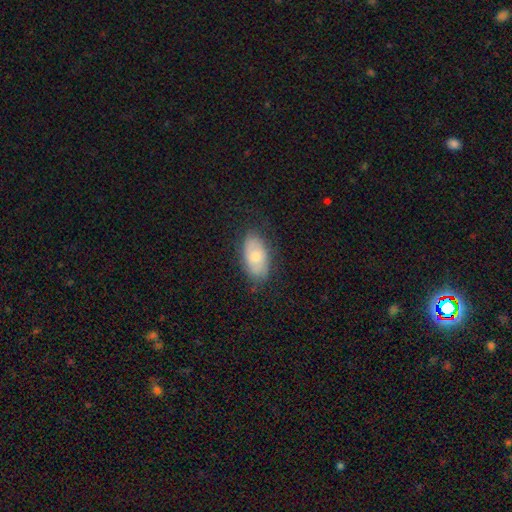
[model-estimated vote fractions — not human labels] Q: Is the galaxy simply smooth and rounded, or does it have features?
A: smooth — 65%.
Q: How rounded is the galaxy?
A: in between — 93%.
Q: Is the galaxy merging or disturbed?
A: none — 79%.